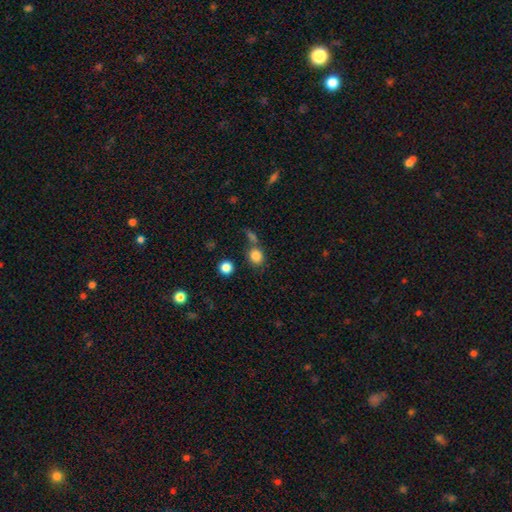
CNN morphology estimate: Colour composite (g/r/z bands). It shows a smooth galaxy with no disk features (83%) that is round (76%). Merging: none (66%).